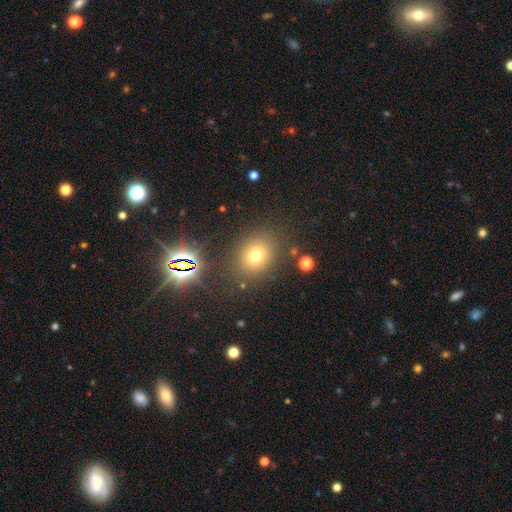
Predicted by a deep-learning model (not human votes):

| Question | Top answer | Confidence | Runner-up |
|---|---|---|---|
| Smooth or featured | smooth | 65% | star or artifact (24%) |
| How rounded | round | 64% | in between (35%) |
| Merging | none | 83% | minor disturbance (10%) |